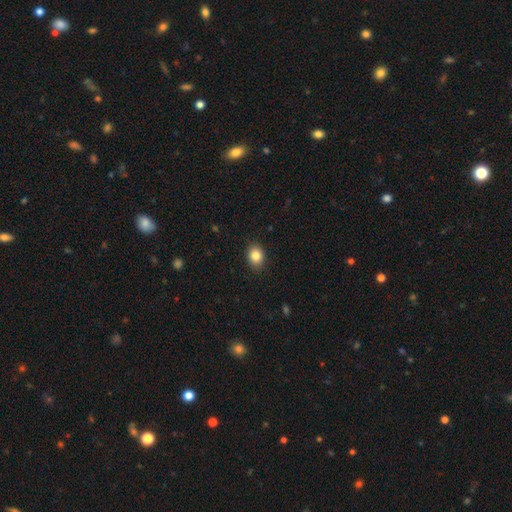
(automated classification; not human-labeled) Morphology: type=smooth (85%); roundness=in between (59%); merging=none (89%).